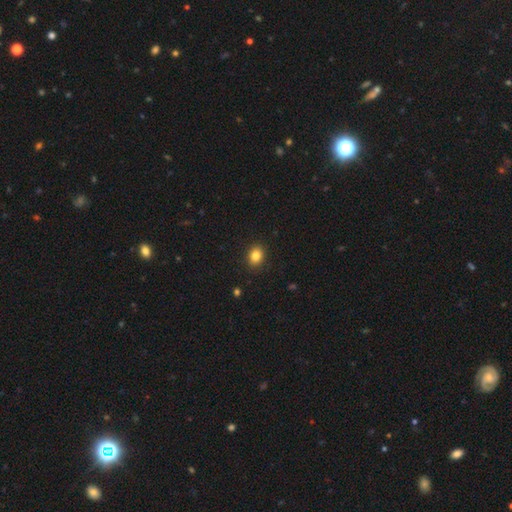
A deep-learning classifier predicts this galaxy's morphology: The model was most divided on "how rounded": in between: 54%, round: 45%, cigar-shaped: 1%. More confident: merging — none (90%); smooth or featured — smooth (84%).